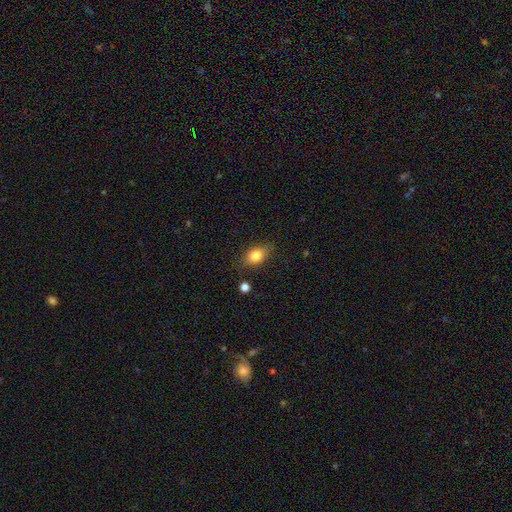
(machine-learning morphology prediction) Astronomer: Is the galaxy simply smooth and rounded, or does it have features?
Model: smooth — 81%.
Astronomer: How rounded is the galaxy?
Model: in between — 72%.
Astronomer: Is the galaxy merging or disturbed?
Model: none — 78%.